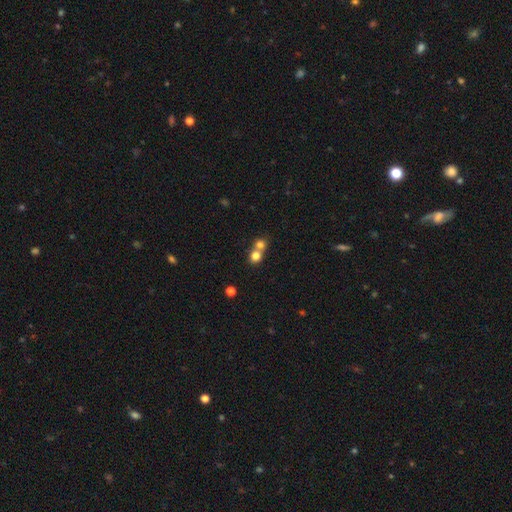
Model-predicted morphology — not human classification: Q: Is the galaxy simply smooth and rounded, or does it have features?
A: smooth — 77%.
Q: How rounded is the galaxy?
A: round — 83%.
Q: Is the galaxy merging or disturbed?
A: merger — 56%.